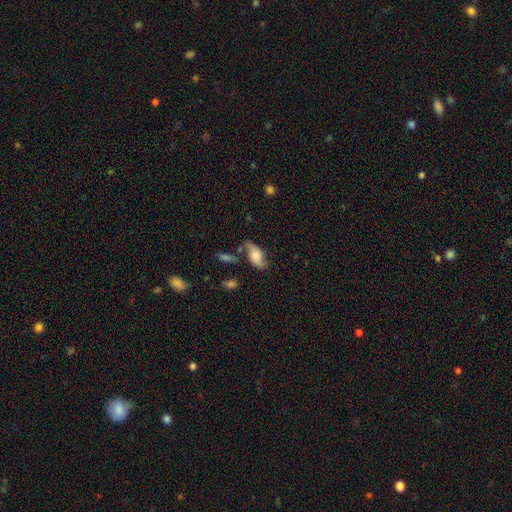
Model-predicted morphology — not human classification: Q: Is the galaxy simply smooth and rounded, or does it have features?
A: smooth — 49%.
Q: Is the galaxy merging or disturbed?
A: none — 52%.